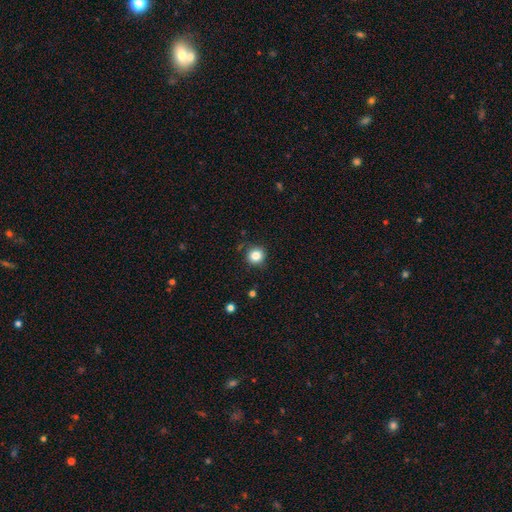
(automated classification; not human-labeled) smooth-or-featured: smooth: 83% | star or artifact: 12% | featured or disk: 5%
  how-rounded: round: 92% | in between: 7% | cigar-shaped: 1%
  merging: none: 88% | minor disturbance: 8% | major disturbance: 2% | merger: 2%